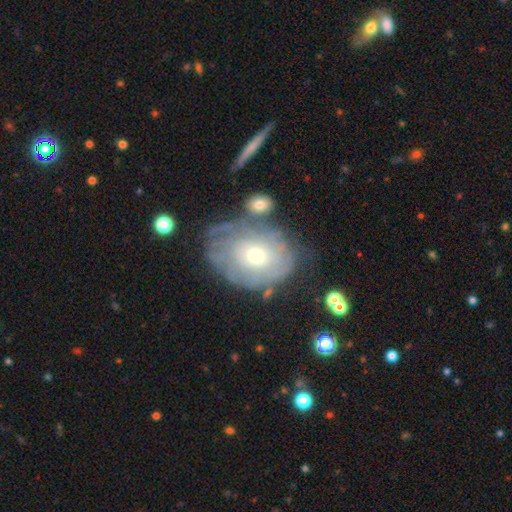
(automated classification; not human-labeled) smooth_or_featured: featured or disk (p=0.64) [alt: smooth p=0.27]
disk_edge_on: no (p=0.94) [alt: yes p=0.06]
bar: no (p=0.83) [alt: weak p=0.14]
has_spiral_arms: yes (p=0.68) [alt: no p=0.32]
bulge_size: moderate (p=0.49) [alt: small p=0.46]
merging: none (p=0.57) [alt: minor disturbance p=0.22]